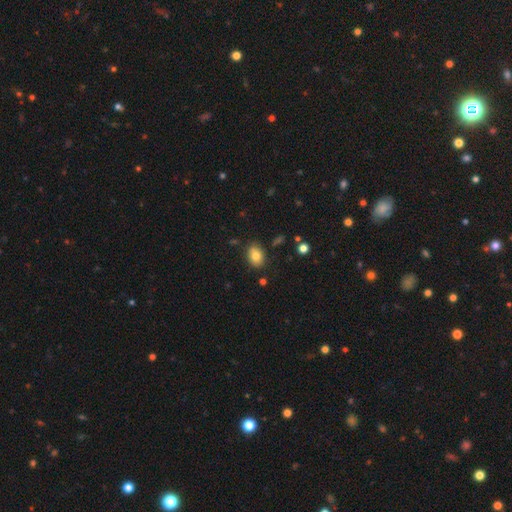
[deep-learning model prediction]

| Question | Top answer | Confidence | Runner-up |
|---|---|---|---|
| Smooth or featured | smooth | 80% | featured or disk (11%) |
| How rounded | in between | 75% | round (24%) |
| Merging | none | 82% | minor disturbance (13%) |